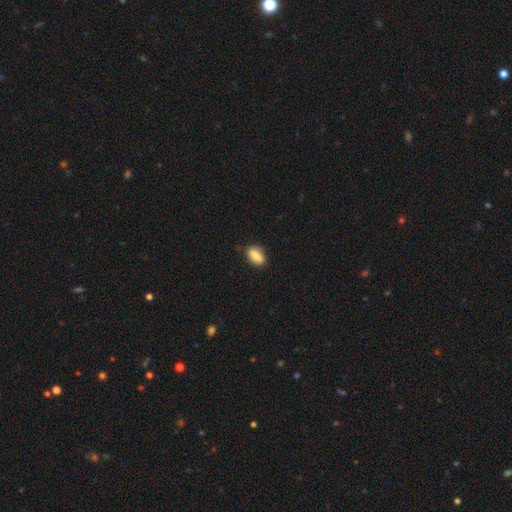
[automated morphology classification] Q: Smooth or featured?
A: smooth (82%); runner-up: featured or disk (10%)
Q: How rounded?
A: in between (86%); runner-up: round (7%)
Q: Merging?
A: none (80%); runner-up: minor disturbance (16%)